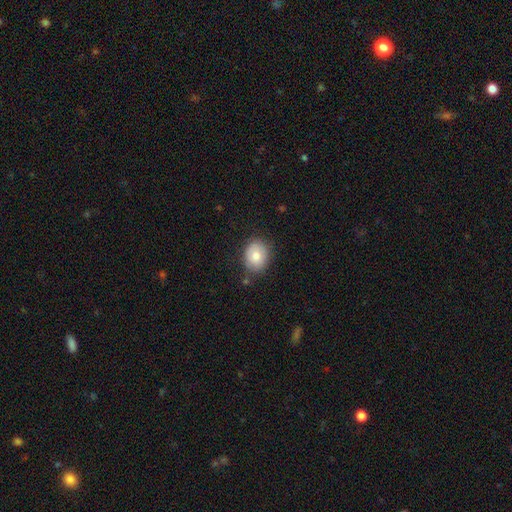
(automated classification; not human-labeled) The model was most divided on "how rounded": round: 54%, in between: 45%, cigar-shaped: 1%. More confident: smooth or featured — smooth (80%); merging — none (80%).